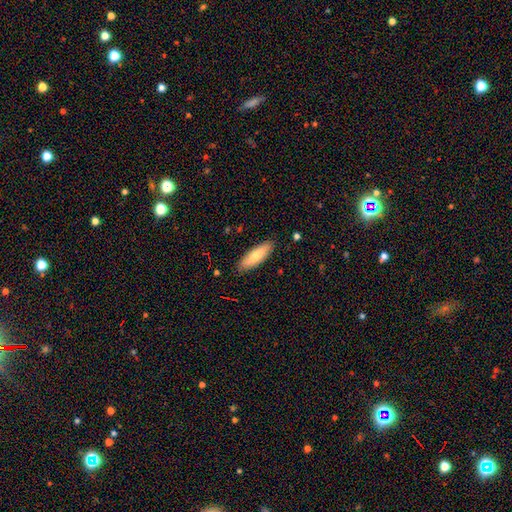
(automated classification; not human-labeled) Q: Smooth or featured?
A: smooth (69%); runner-up: featured or disk (25%)
Q: How rounded?
A: cigar-shaped (51%); runner-up: in between (47%)
Q: Merging?
A: none (88%); runner-up: minor disturbance (9%)